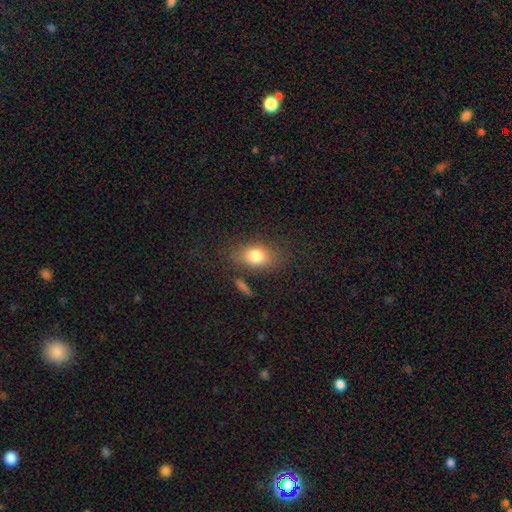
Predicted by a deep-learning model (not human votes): Smooth or featured: smooth — 79% (featured or disk — 12%)
How rounded: in between — 74% (round — 23%)
Merging: none — 73% (minor disturbance — 16%)